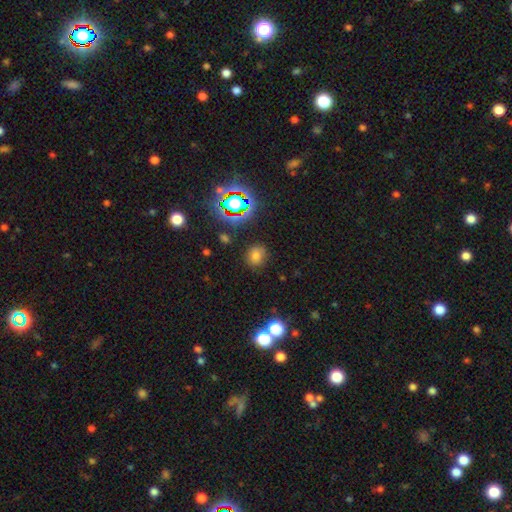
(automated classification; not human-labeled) The model was most divided on "how rounded": round: 70%, in between: 29%, cigar-shaped: 1%. More confident: merging — none (82%); smooth or featured — smooth (69%).